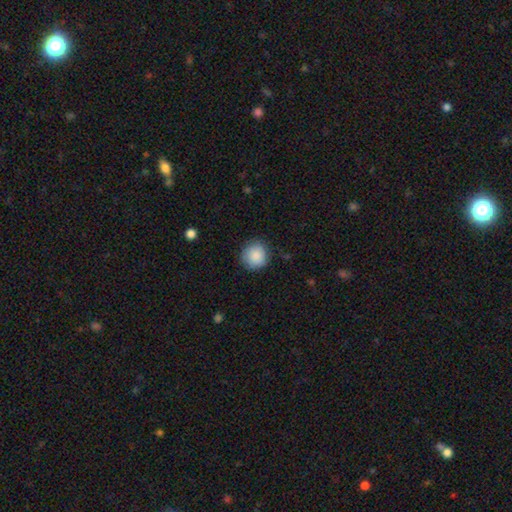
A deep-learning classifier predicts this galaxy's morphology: A smooth galaxy with no disk features (88%) that is round (90%).

Vote fractions:
- Smooth or featured? smooth: 88% / star or artifact: 7% / featured or disk: 5%
- How rounded? round: 90% / in between: 9% / cigar-shaped: 1%
- Merging? none: 83% / minor disturbance: 13% / major disturbance: 3% / merger: 1%